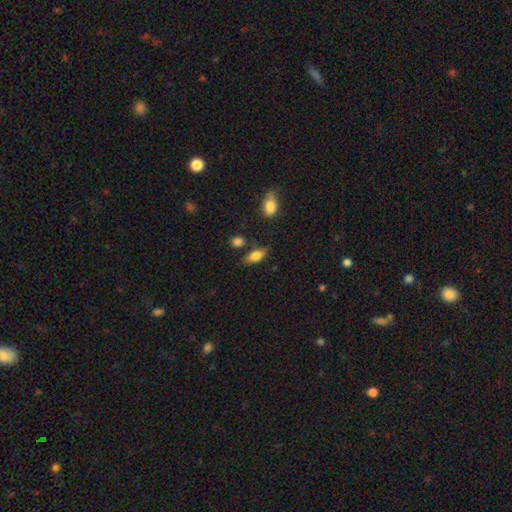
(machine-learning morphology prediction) Smooth or featured? smooth (72%)
How rounded? in between (77%)
Merging? none (71%)